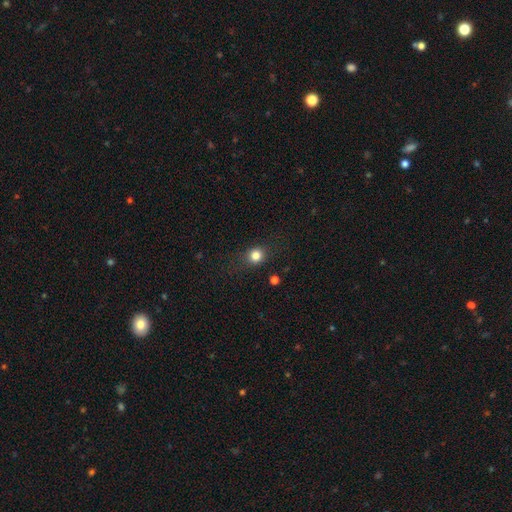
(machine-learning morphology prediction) The model was most divided on "how rounded": round: 80%, in between: 19%, cigar-shaped: 1%. More confident: smooth or featured — smooth (81%); merging — none (80%).